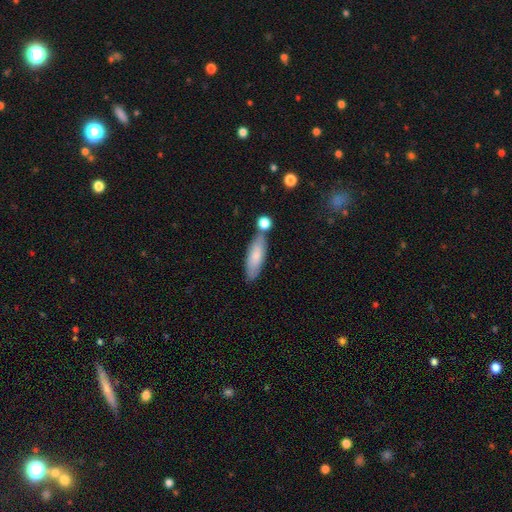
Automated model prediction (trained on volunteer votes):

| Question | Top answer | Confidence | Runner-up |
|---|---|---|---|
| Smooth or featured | smooth | 78% | featured or disk (16%) |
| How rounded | in between | 59% | cigar-shaped (39%) |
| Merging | none | 66% | minor disturbance (16%) |